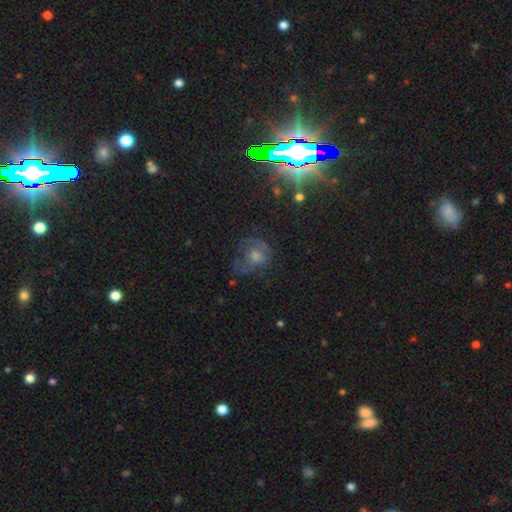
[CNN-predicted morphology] smooth-or-featured: star or artifact: 36% | featured or disk: 35% | smooth: 28%